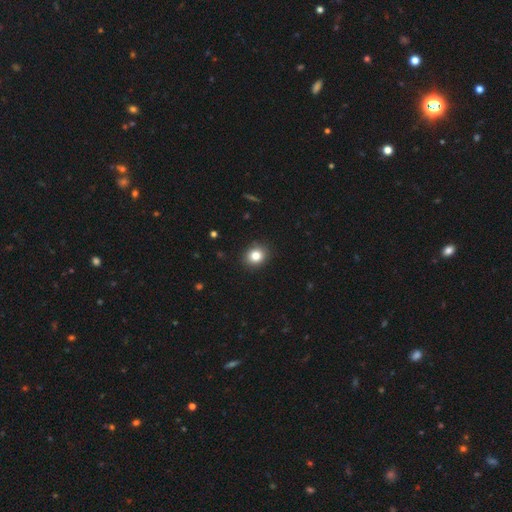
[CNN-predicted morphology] smooth-or-featured: smooth: 82% | star or artifact: 11% | featured or disk: 7%
  how-rounded: round: 75% | in between: 25% | cigar-shaped: 1%
  merging: none: 90% | minor disturbance: 7% | major disturbance: 2% | merger: 1%